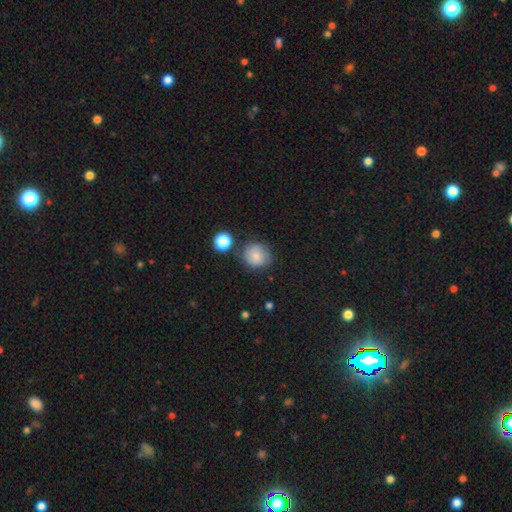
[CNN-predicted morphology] smooth 80%, featured or disk 11%, star or artifact 10%. Down the decision tree: how rounded — round (82%); merging — none (72%).